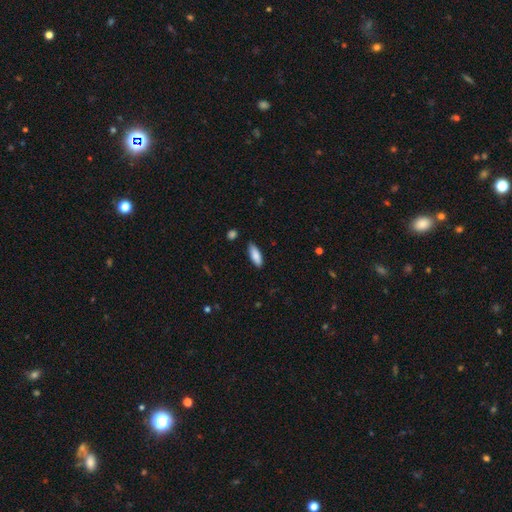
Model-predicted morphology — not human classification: Smooth or featured? smooth (86%)
How rounded? in between (67%)
Merging? none (85%)